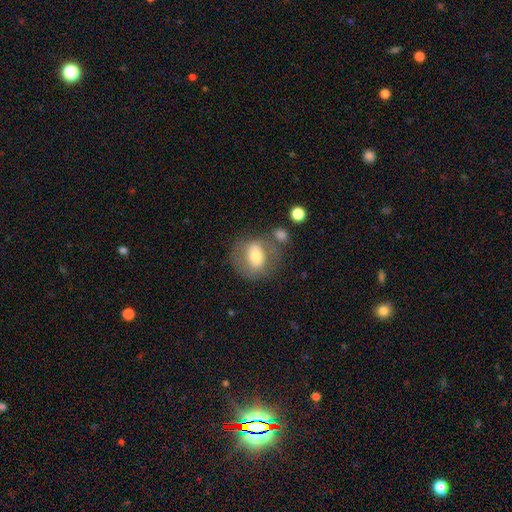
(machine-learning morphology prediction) Q: Smooth or featured?
A: smooth (54%); runner-up: featured or disk (38%)
Q: How rounded?
A: in between (55%); runner-up: round (43%)
Q: Merging?
A: none (58%); runner-up: minor disturbance (18%)